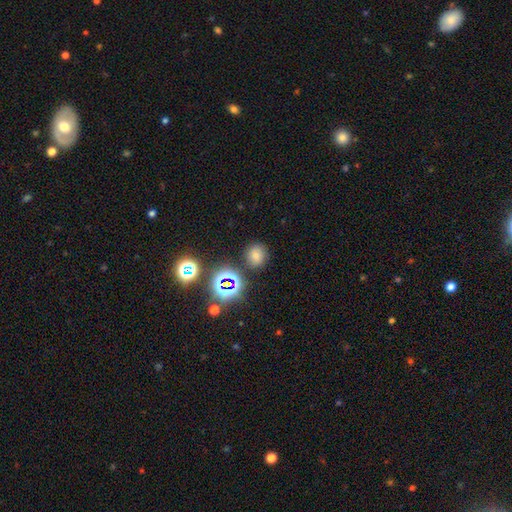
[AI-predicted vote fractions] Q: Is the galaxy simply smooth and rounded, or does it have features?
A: smooth — 59%.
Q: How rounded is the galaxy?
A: round — 82%.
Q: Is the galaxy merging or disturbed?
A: none — 84%.